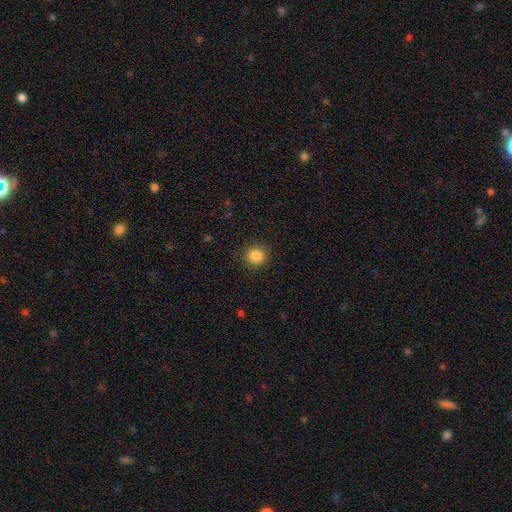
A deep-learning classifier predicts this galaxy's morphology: Smooth or featured? Predicted: smooth (p=0.85). How rounded? Predicted: round (p=0.90). Merging? Predicted: none (p=0.90).